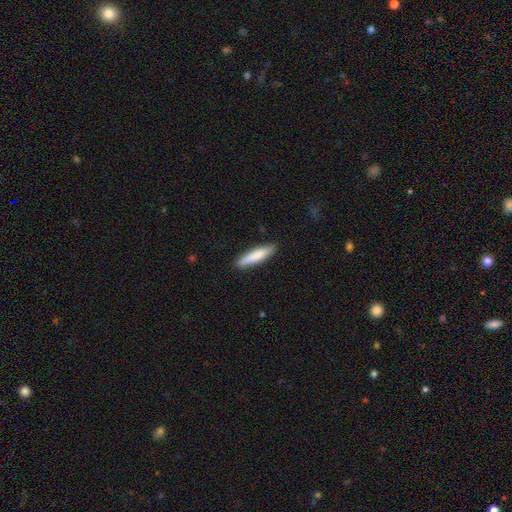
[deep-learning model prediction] Smooth or featured: smooth — 82% (featured or disk — 13%)
How rounded: cigar-shaped — 83% (in between — 15%)
Merging: none — 89% (minor disturbance — 8%)